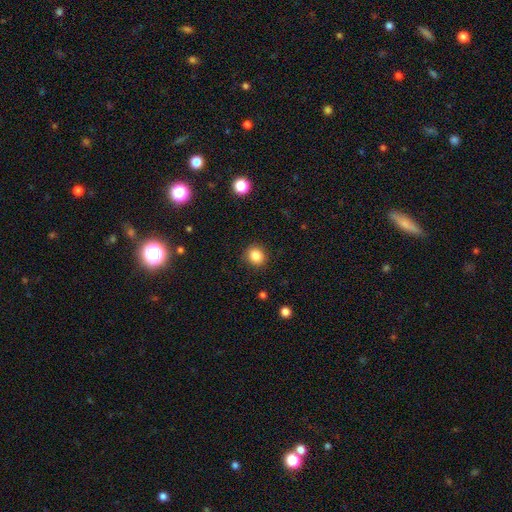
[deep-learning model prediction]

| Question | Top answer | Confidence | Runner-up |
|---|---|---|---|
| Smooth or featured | smooth | 85% | star or artifact (10%) |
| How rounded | round | 81% | in between (19%) |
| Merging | none | 90% | minor disturbance (7%) |